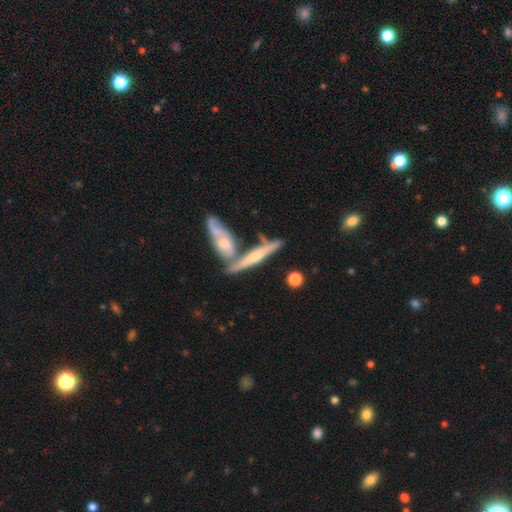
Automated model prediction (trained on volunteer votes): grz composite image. It shows a featured or disk galaxy (63%) viewed edge-on (92%) with a rounded central bulge (71%). Merging: none (57%).